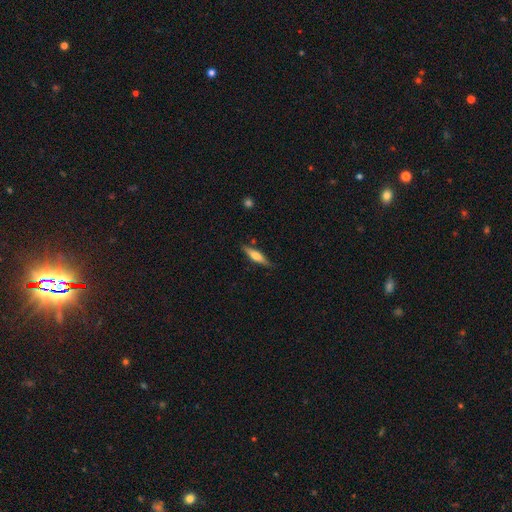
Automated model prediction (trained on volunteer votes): Smooth or featured?
  - smooth: 53% *
  - featured or disk: 41%
  - star or artifact: 6%
How rounded?
  - cigar-shaped: 74% *
  - in between: 24%
  - round: 2%
Merging?
  - none: 83% *
  - minor disturbance: 13%
  - major disturbance: 2%
  - merger: 2%